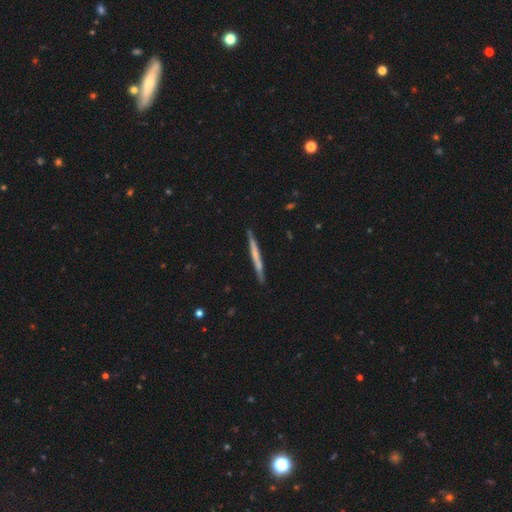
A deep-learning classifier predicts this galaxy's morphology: Smooth or featured?
  - smooth: 50% *
  - featured or disk: 45%
  - star or artifact: 5%
Merging?
  - none: 89% *
  - minor disturbance: 8%
  - major disturbance: 1%
  - merger: 1%